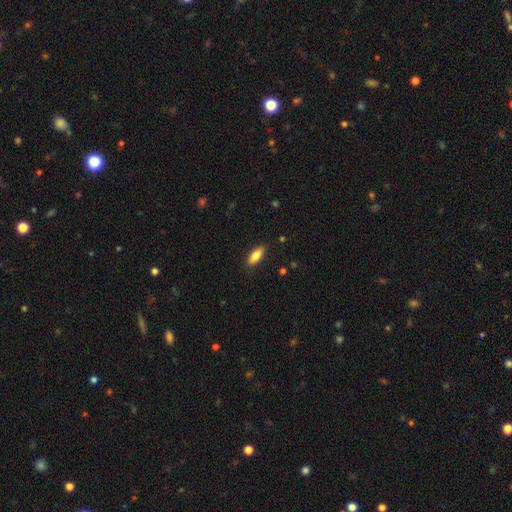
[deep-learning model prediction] Smooth or featured?
  - smooth: 82% *
  - featured or disk: 12%
  - star or artifact: 7%
How rounded?
  - in between: 74% *
  - cigar-shaped: 24%
  - round: 2%
Merging?
  - none: 86% *
  - minor disturbance: 10%
  - major disturbance: 2%
  - merger: 1%